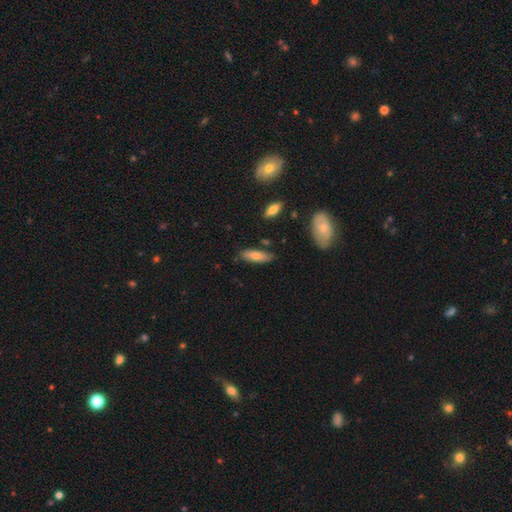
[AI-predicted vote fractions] smooth_or_featured: smooth (p=0.73) [alt: featured or disk p=0.21]
how_rounded: in between (p=0.54) [alt: cigar-shaped p=0.44]
merging: none (p=0.79) [alt: minor disturbance p=0.15]